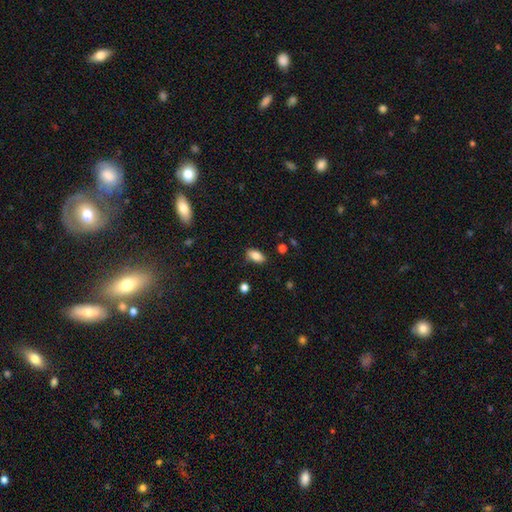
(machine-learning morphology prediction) A smooth galaxy with no disk features (83%) that is in between round and cigar-shaped (90%).

Vote fractions:
- Smooth or featured? smooth: 83% / featured or disk: 10% / star or artifact: 8%
- How rounded? in between: 90% / cigar-shaped: 7% / round: 4%
- Merging? none: 82% / minor disturbance: 14% / major disturbance: 3% / merger: 2%